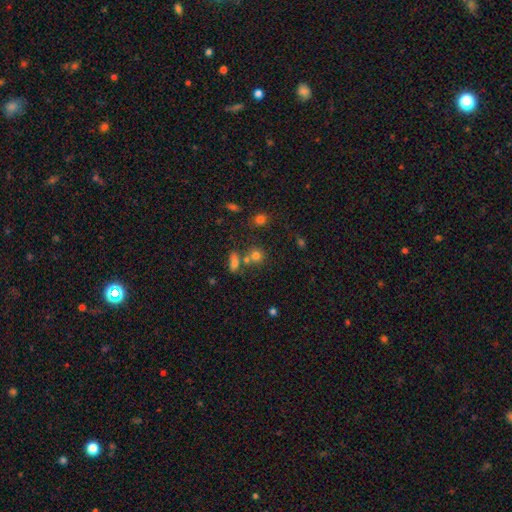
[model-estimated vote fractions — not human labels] This is likely a smooth galaxy (73%). How rounded: clearly round (82%). Merging: possibly none (58%).